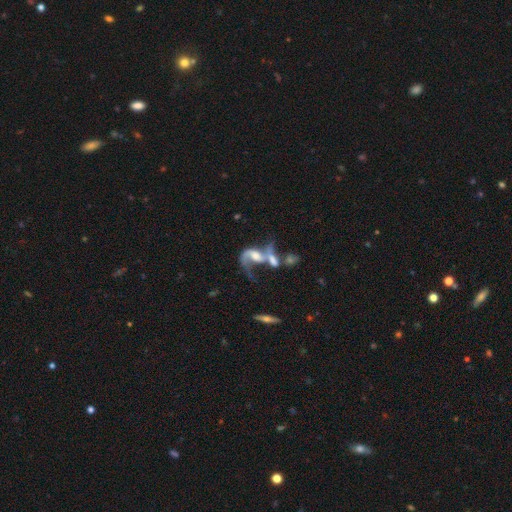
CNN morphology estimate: type=featured or disk (75%); edge-on=no (95%); bar=no (47%); spiral arms=yes (86%); winding=loose (74%); arm count=2 (65%); bulge=moderate (41%); merging=merger (60%).